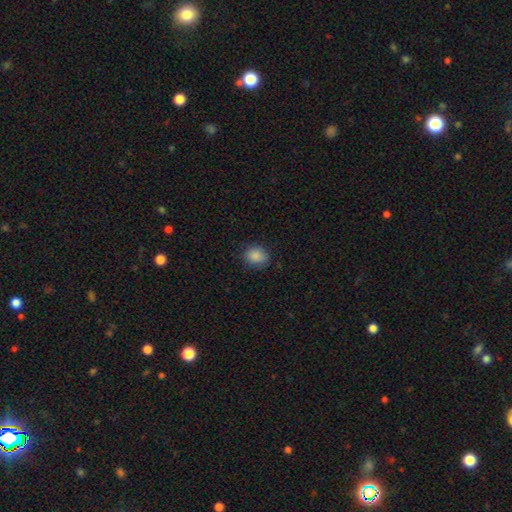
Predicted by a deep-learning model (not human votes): smooth 87%, star or artifact 9%, featured or disk 4%. Down the decision tree: how rounded — round (66%); merging — none (83%).